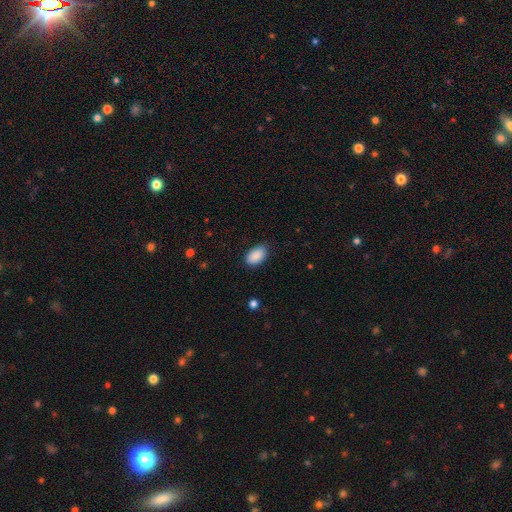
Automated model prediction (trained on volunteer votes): smooth_or_featured: smooth (p=0.90) [alt: star or artifact p=0.07]
how_rounded: in between (p=0.93) [alt: round p=0.06]
merging: none (p=0.81) [alt: minor disturbance p=0.15]